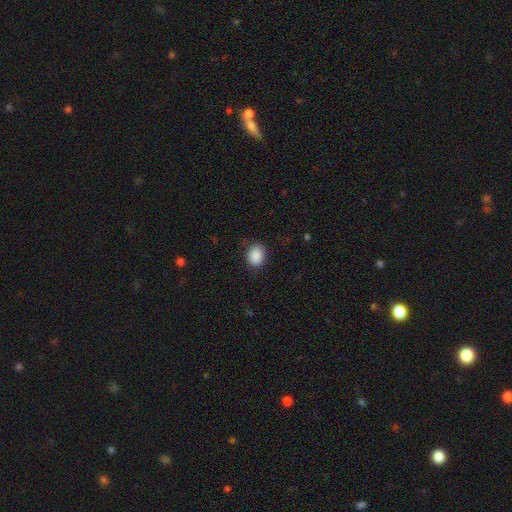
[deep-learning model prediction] Smooth or featured? Predicted: smooth (p=0.89). How rounded? Predicted: in between (p=0.60). Merging? Predicted: none (p=0.85).